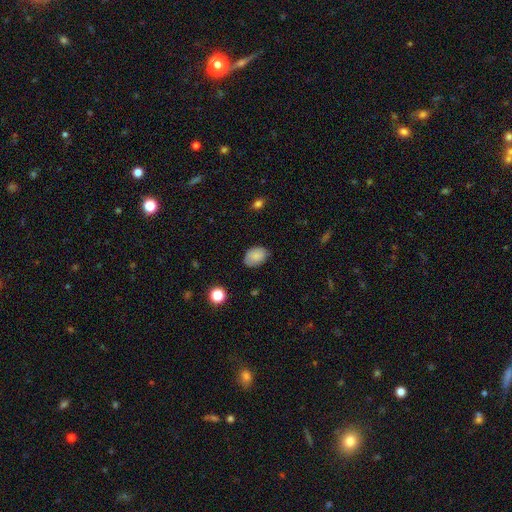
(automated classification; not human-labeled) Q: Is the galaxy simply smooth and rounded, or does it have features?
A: smooth — 83%.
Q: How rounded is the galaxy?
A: in between — 76%.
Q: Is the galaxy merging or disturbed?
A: none — 74%.